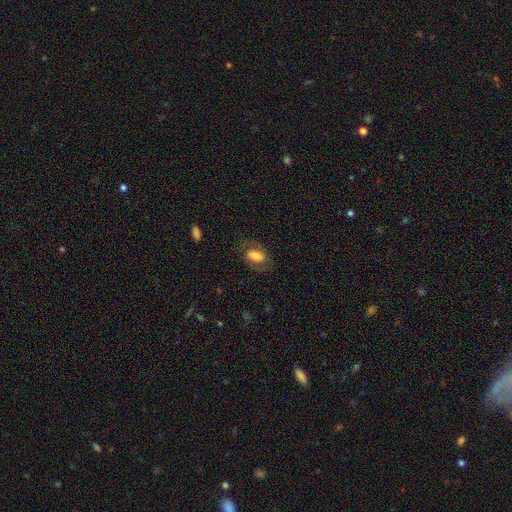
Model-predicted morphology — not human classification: A smooth galaxy with no disk features (56%) that is in between round and cigar-shaped (88%).

Vote fractions:
- Smooth or featured? smooth: 56% / featured or disk: 36% / star or artifact: 8%
- How rounded? in between: 88% / round: 8% / cigar-shaped: 3%
- Merging? none: 69% / minor disturbance: 17% / major disturbance: 12% / merger: 1%